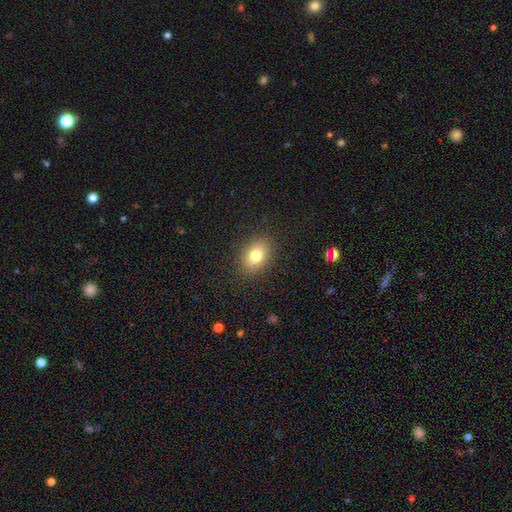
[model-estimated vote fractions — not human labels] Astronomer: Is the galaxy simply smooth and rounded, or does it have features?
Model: smooth — 79%.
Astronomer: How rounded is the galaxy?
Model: in between — 66%.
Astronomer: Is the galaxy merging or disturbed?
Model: none — 87%.